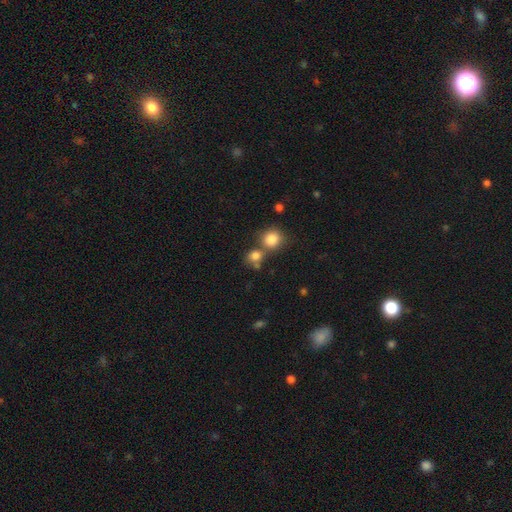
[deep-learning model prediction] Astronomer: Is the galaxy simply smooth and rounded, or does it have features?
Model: smooth — 81%.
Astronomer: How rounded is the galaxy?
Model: round — 75%.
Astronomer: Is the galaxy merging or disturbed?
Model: none — 49% (runner-up: merger, 37%).